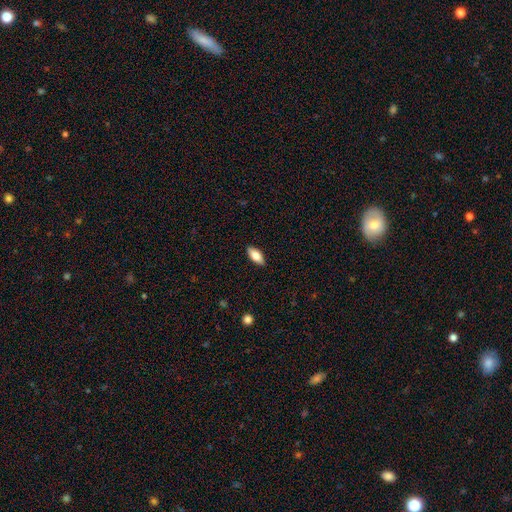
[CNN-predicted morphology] smooth-or-featured: smooth: 76% | featured or disk: 18% | star or artifact: 6%
  how-rounded: in between: 84% | cigar-shaped: 14% | round: 2%
  merging: none: 89% | minor disturbance: 9% | major disturbance: 2% | merger: 1%